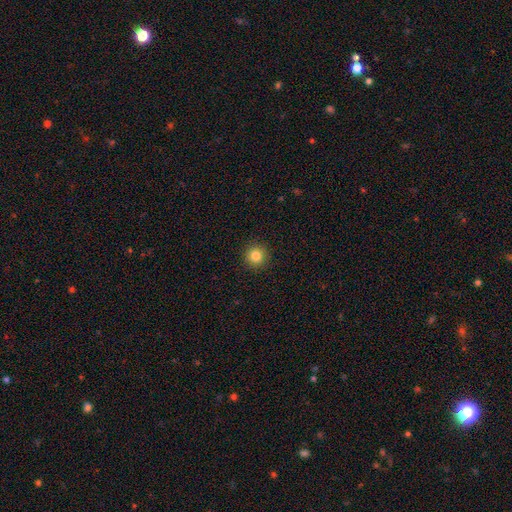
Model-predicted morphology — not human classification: Smooth or featured?
  - smooth: 83% *
  - star or artifact: 12%
  - featured or disk: 5%
How rounded?
  - round: 95% *
  - in between: 4%
  - cigar-shaped: 1%
Merging?
  - none: 92% *
  - minor disturbance: 5%
  - major disturbance: 2%
  - merger: 1%